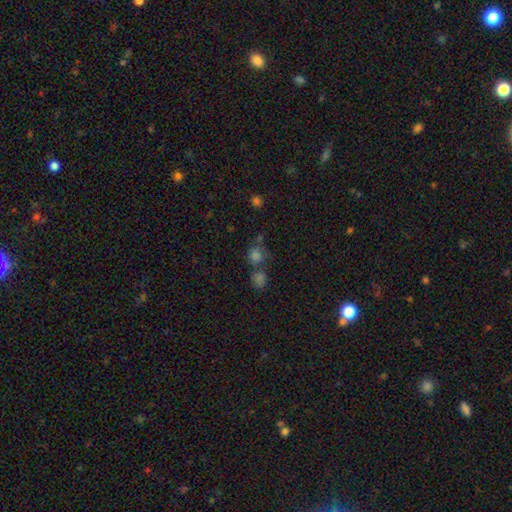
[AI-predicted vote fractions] smooth_or_featured: smooth (p=0.69) [alt: star or artifact p=0.23]
how_rounded: round (p=0.79) [alt: in between p=0.20]
merging: none (p=0.51) [alt: merger p=0.31]